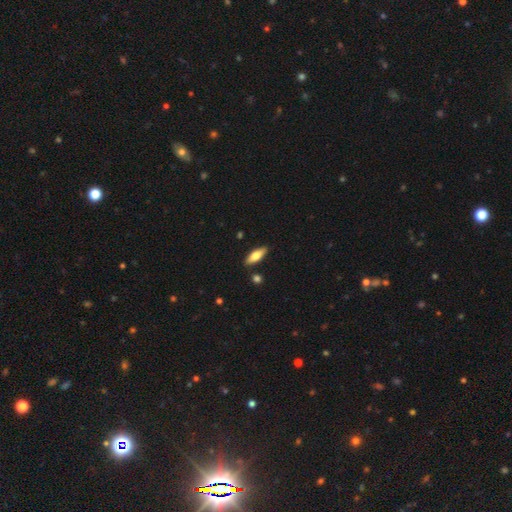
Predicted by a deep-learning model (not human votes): smooth-or-featured: smooth: 69% | featured or disk: 25% | star or artifact: 6%
  how-rounded: in between: 65% | cigar-shaped: 33% | round: 2%
  merging: none: 86% | minor disturbance: 9% | merger: 2% | major disturbance: 2%